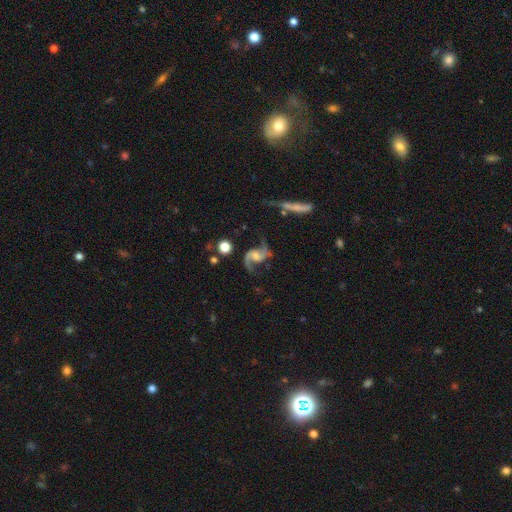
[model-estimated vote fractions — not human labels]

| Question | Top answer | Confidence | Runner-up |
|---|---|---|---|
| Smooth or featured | featured or disk | 90% | star or artifact (5%) |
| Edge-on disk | no | 97% | yes (3%) |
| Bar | no | 52% | weak (37%) |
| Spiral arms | yes | 97% | no (3%) |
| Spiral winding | loose | 66% | medium (29%) |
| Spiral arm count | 2 | 93% | 1 (3%) |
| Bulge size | moderate | 38% | small (32%) |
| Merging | none | 69% | minor disturbance (16%) |